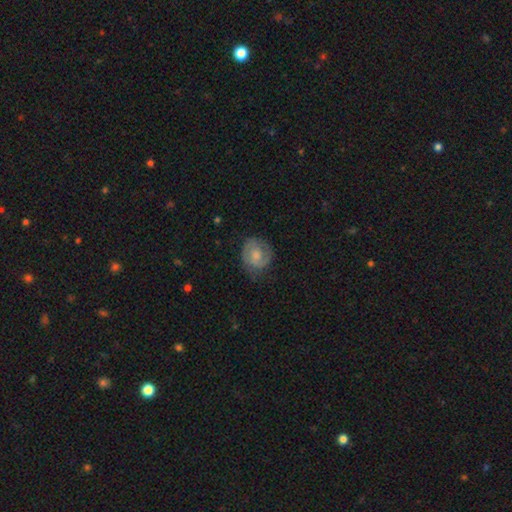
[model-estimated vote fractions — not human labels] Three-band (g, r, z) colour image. It shows a featured or disk galaxy (56%) with no bar (58%), spiral arms (86%) and a moderate central bulge (43%). Merging: none (69%).